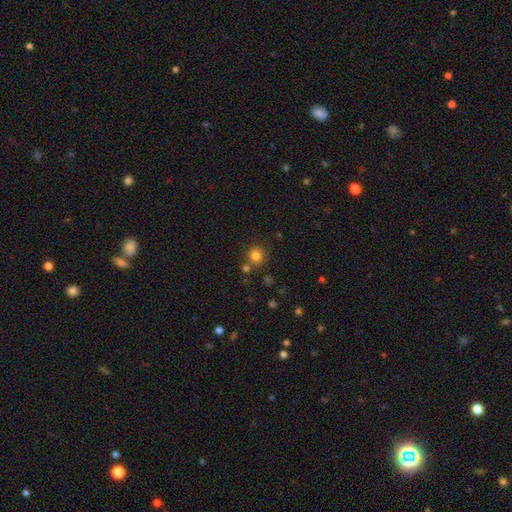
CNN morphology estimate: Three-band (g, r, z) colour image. It shows a smooth galaxy with no disk features (80%) that is round (91%). Merging: none (75%).